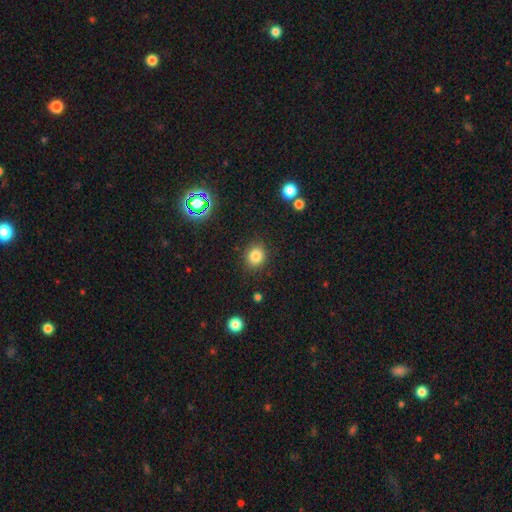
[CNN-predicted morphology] type=smooth (82%); roundness=round (73%); merging=none (87%).